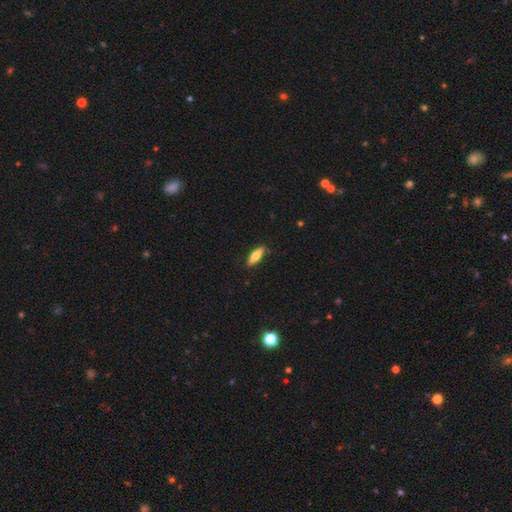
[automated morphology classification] Overall: smooth (65%; featured or disk 29%). How rounded: cigar-shaped (49%, tied with in between). Merging: none (84%).